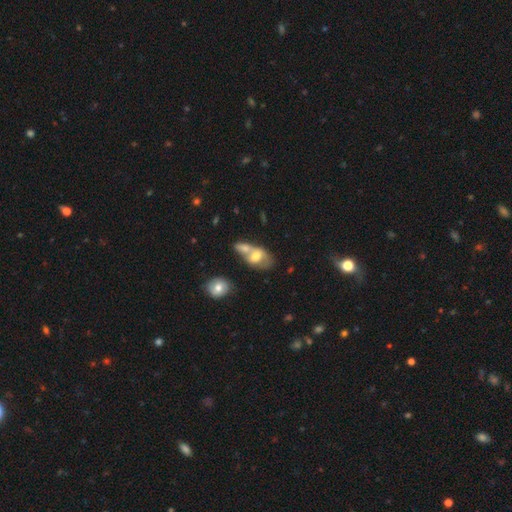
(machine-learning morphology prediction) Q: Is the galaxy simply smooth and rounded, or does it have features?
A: smooth — 61%.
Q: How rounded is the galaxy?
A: in between — 82%.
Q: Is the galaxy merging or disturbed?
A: merger — 63%.